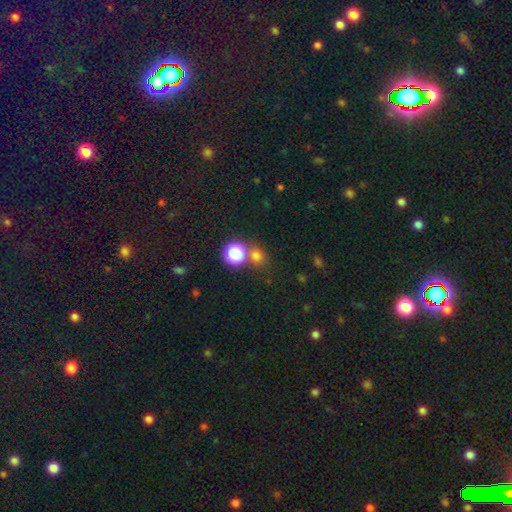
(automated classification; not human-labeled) A smooth galaxy with no disk features (73%) that is round (85%). Merging: none (62%).